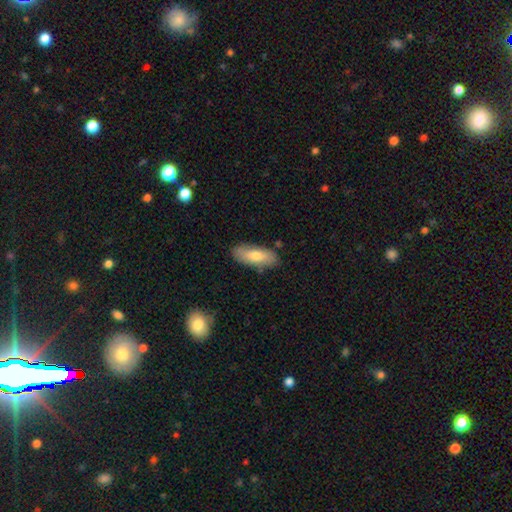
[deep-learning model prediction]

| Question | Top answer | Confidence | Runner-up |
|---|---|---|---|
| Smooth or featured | smooth | 71% | featured or disk (23%) |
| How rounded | in between | 75% | cigar-shaped (22%) |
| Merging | none | 84% | minor disturbance (12%) |